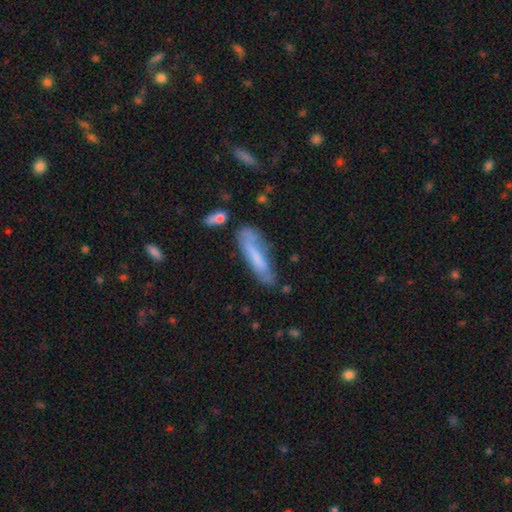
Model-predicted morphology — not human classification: Smooth or featured: smooth — 61% (featured or disk — 32%)
How rounded: cigar-shaped — 74% (in between — 24%)
Merging: none — 57% (minor disturbance — 26%)